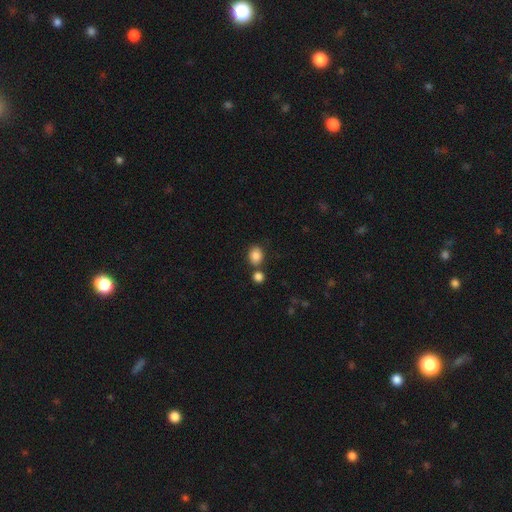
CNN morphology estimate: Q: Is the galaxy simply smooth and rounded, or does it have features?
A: smooth — 85%.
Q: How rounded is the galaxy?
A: round — 51%.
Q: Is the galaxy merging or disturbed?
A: none — 66%.